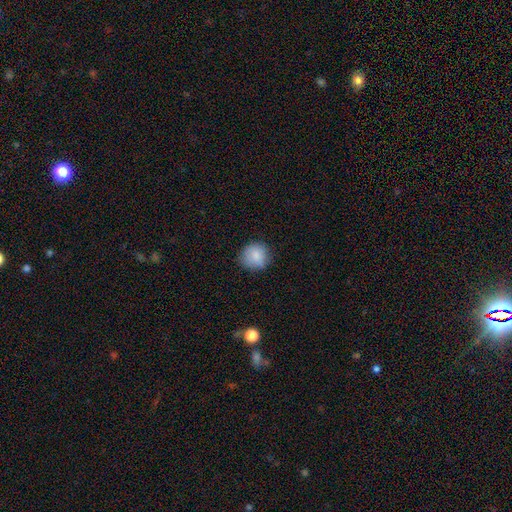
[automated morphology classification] Smooth or featured? Predicted: smooth (p=0.86). How rounded? Predicted: round (p=0.88). Merging? Predicted: none (p=0.79).